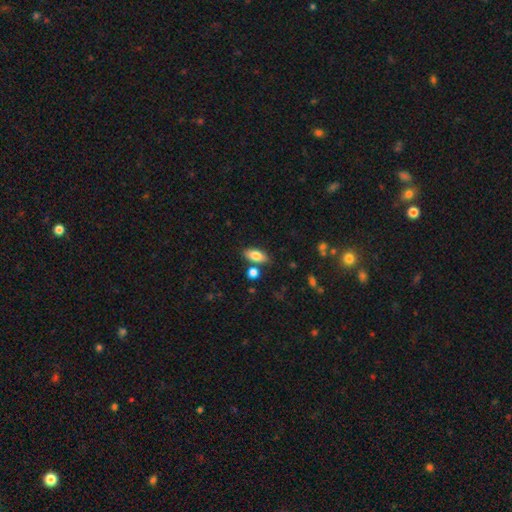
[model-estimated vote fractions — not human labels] Morphology: type=smooth (81%); roundness=in between (87%); merging=none (76%).